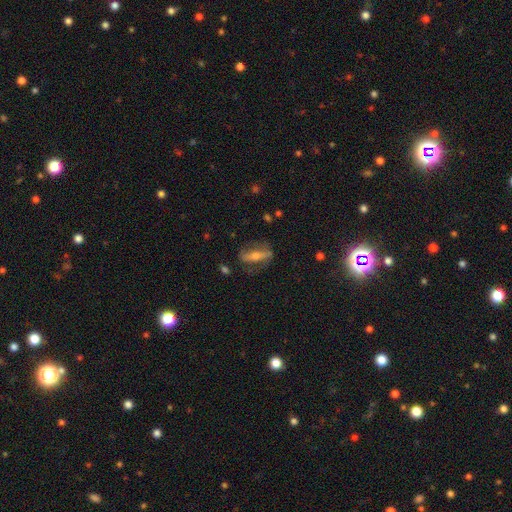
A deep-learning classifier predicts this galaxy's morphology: Smooth or featured?
  - featured or disk: 59% *
  - smooth: 30%
  - star or artifact: 11%
Edge-on disk?
  - no: 67% *
  - yes: 33%
Merging?
  - none: 68% *
  - minor disturbance: 18%
  - major disturbance: 12%
  - merger: 2%